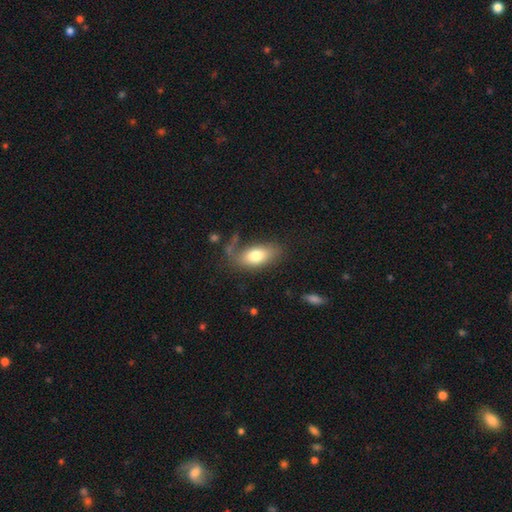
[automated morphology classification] The model was most divided on "merging": none: 59%, minor disturbance: 21%, major disturbance: 13%, merger: 6%. More confident: how rounded — in between (90%); smooth or featured — smooth (75%).